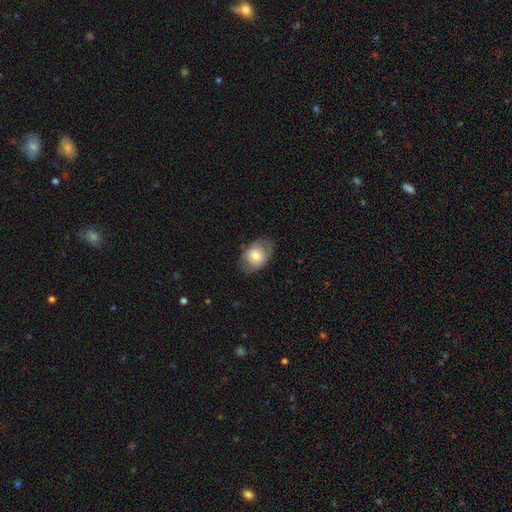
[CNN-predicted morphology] Smooth or featured?
  - smooth: 63% *
  - featured or disk: 30%
  - star or artifact: 7%
How rounded?
  - in between: 71% *
  - round: 28%
  - cigar-shaped: 1%
Merging?
  - none: 67% *
  - minor disturbance: 23%
  - major disturbance: 9%
  - merger: 1%